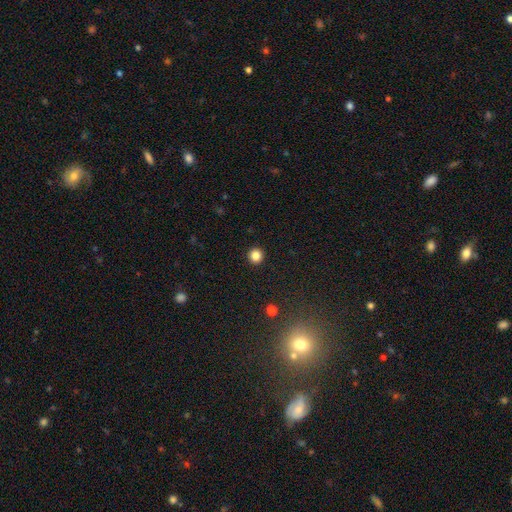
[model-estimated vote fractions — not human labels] This appears to be a smooth galaxy with no disk features (85%) that is round (93%). Merging: none (94%).